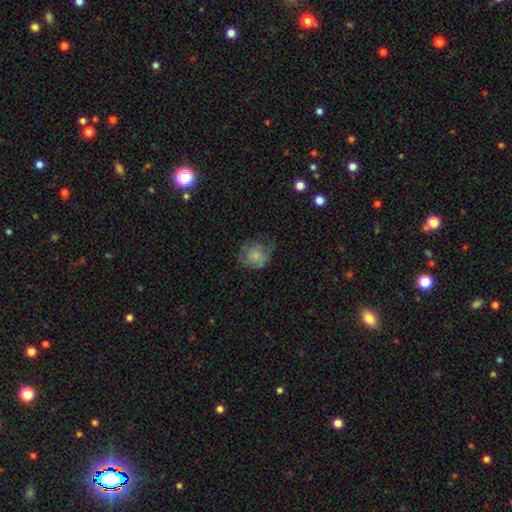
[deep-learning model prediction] smooth 56%, featured or disk 34%, star or artifact 10%. Down the decision tree: how rounded — round (74%); merging — none (48%).